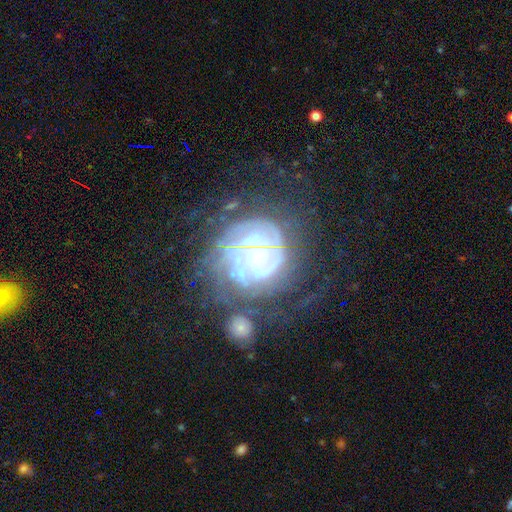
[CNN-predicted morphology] featured or disk 80%, smooth 11%, star or artifact 10%. Down the decision tree: edge-on disk — no (98%); bar — no (71%); spiral arms — yes (88%); spiral arm count — can't tell (43%); spiral winding — tight (73%); bulge size — small (36%); merging — none (46%).